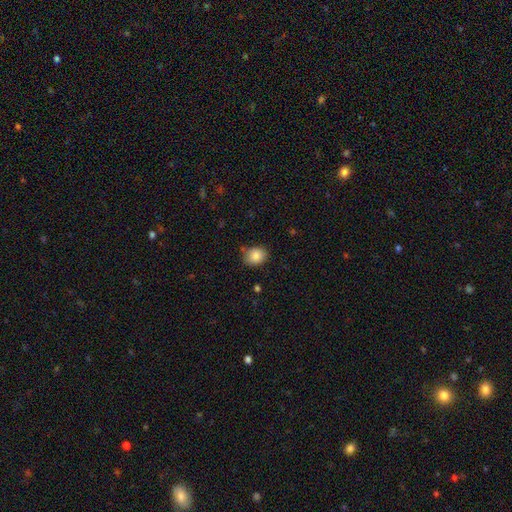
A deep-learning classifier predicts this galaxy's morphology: smooth-or-featured: smooth: 85% | star or artifact: 9% | featured or disk: 6%
  how-rounded: round: 57% | in between: 42% | cigar-shaped: 1%
  merging: none: 80% | minor disturbance: 14% | major disturbance: 3% | merger: 3%